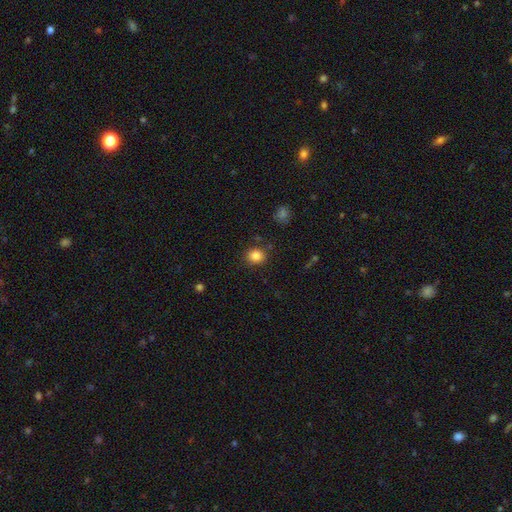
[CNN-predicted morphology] A smooth galaxy with no disk features (85%) that is round (78%). Merging: none (85%).